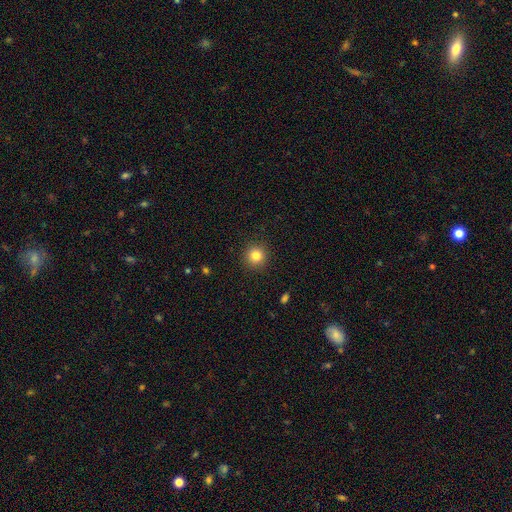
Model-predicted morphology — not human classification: A smooth galaxy with no disk features (83%) that is round (94%). Merging: none (92%).